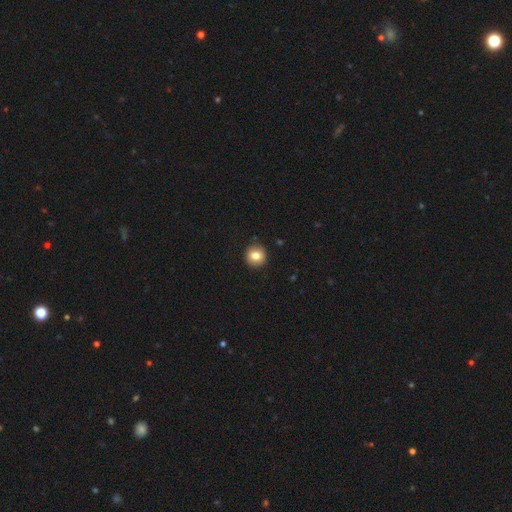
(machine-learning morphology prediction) Overall: smooth (82%). How rounded: round (93%). Merging: none (91%).